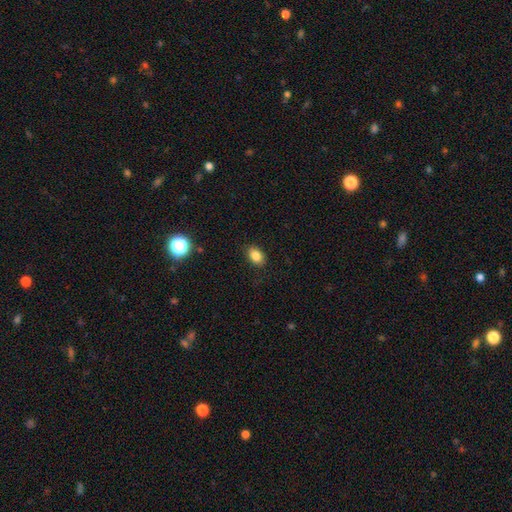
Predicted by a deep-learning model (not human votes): Morphology: type=smooth (84%); roundness=in between (80%); merging=none (87%).